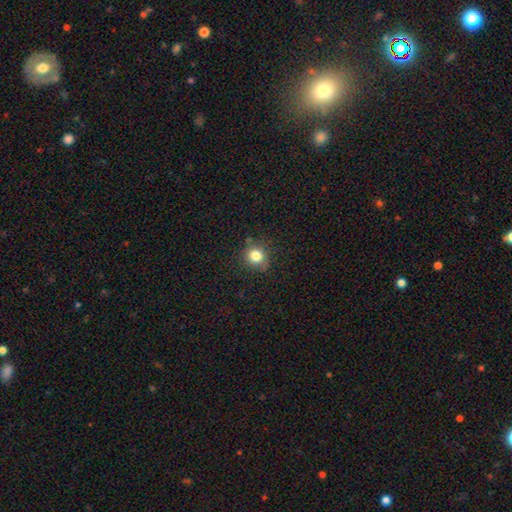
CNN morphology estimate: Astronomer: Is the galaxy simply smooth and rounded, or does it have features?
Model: smooth — 81%.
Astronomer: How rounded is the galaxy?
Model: round — 88%.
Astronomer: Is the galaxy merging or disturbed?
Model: none — 83%.